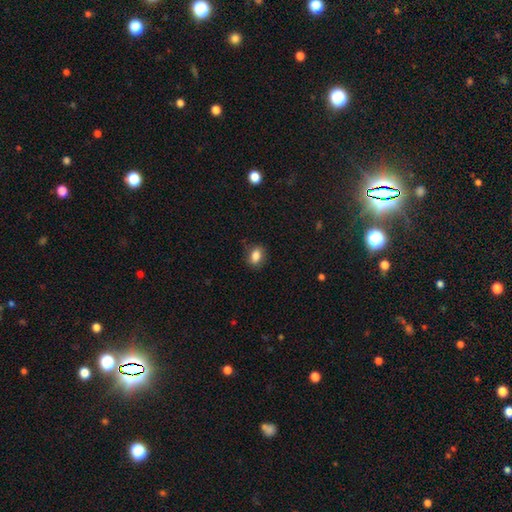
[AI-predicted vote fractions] smooth_or_featured: smooth (p=0.84) [alt: star or artifact p=0.09]
how_rounded: in between (p=0.73) [alt: round p=0.26]
merging: none (p=0.80) [alt: minor disturbance p=0.15]